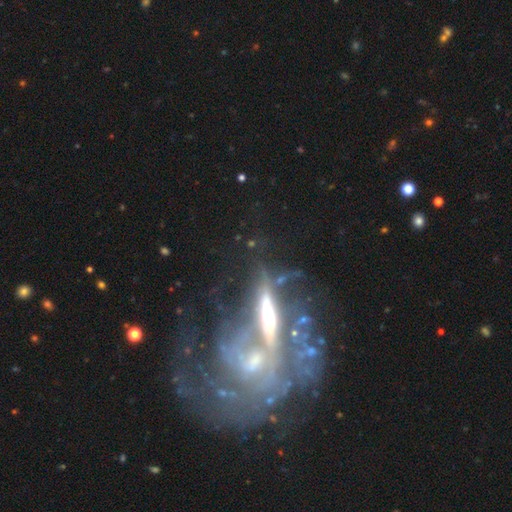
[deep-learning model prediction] Smooth or featured? featured or disk (77%)
Edge-on disk? no (77%)
Bar? no (39%)
Spiral arms? yes (63%)
Bulge size? moderate (38%)
Merging? merger (35%)